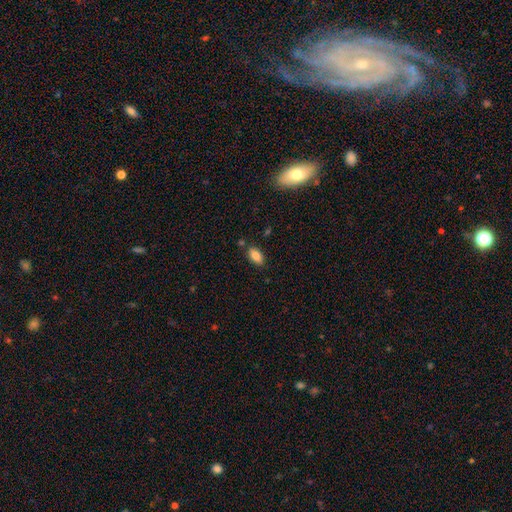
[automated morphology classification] A smooth galaxy with no disk features (84%) that is in between round and cigar-shaped (91%). Merging: none (80%).